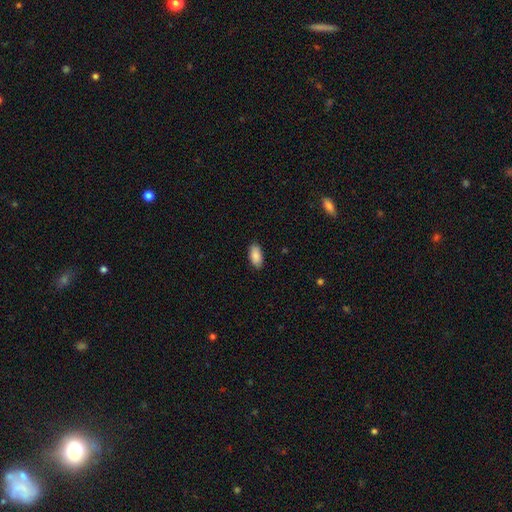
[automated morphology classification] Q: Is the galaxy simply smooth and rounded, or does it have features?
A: smooth — 89%.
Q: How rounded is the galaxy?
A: in between — 93%.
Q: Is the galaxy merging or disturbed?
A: none — 88%.